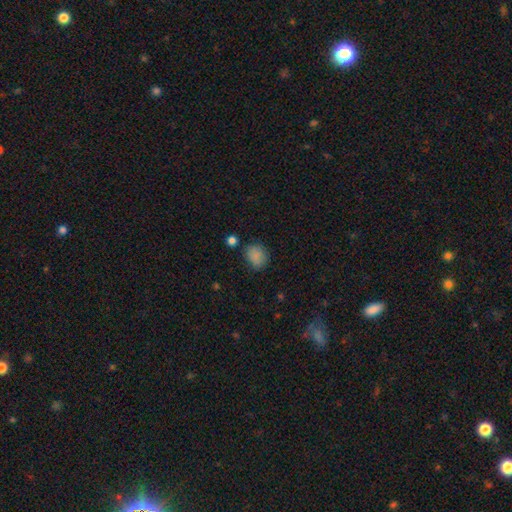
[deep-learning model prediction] The model was most divided on "how rounded": round: 58%, in between: 41%, cigar-shaped: 1%. More confident: smooth or featured — smooth (84%); merging — none (73%).